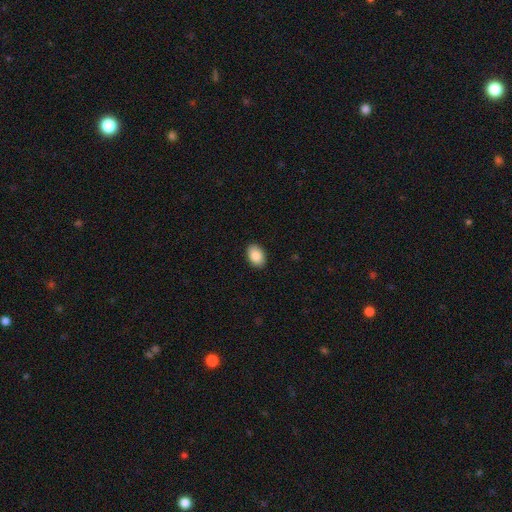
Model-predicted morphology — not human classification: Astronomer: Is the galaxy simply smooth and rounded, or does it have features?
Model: smooth — 88%.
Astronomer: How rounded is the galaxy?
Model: in between — 86%.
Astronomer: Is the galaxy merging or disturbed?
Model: none — 90%.